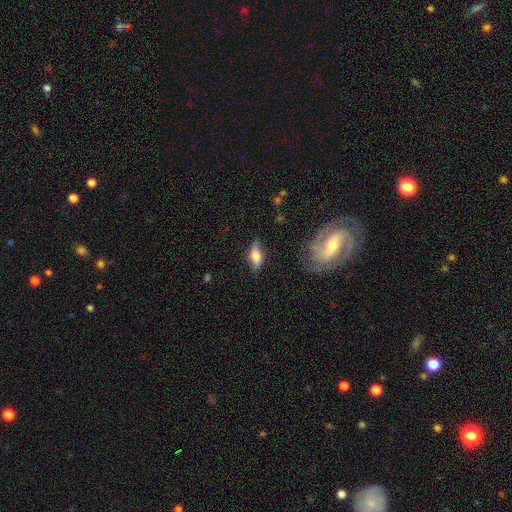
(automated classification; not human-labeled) The model was most divided on "smooth or featured": featured or disk: 47%, smooth: 46%, star or artifact: 7%. More confident: merging — none (74%).